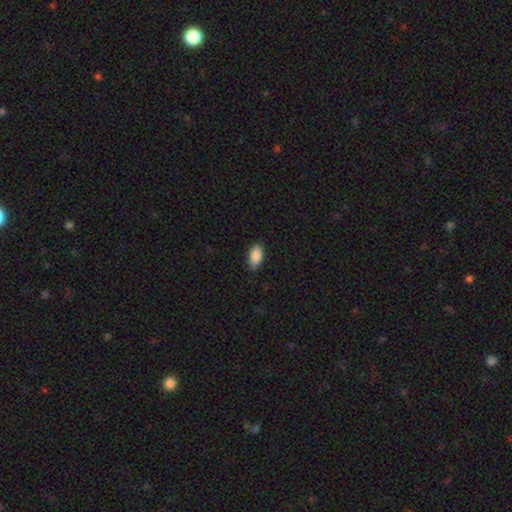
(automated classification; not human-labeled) Q: Smooth or featured?
A: smooth (88%); runner-up: star or artifact (6%)
Q: How rounded?
A: in between (93%); runner-up: cigar-shaped (4%)
Q: Merging?
A: none (85%); runner-up: minor disturbance (12%)